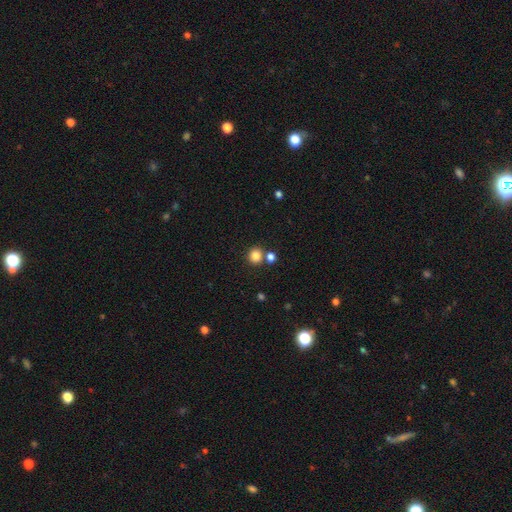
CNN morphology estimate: smooth 83%, star or artifact 12%, featured or disk 5%. Down the decision tree: how rounded — round (88%); merging — none (72%).